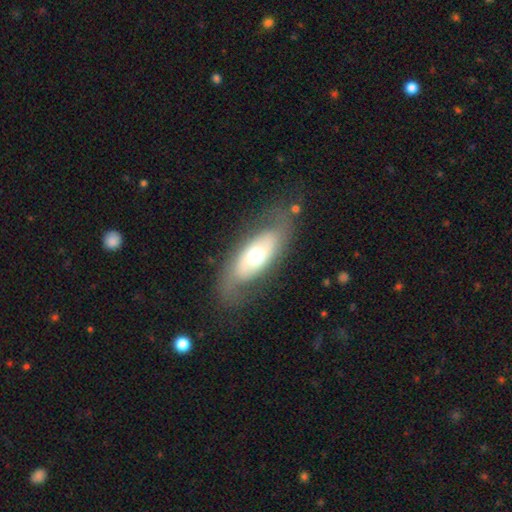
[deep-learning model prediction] A featured or disk galaxy (53%). Merging: none (71%).